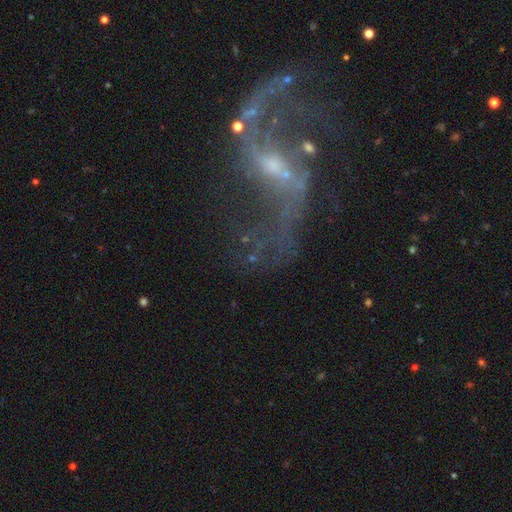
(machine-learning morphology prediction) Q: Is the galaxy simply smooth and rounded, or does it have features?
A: featured or disk — 85%.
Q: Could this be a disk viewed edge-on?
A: no — 96%.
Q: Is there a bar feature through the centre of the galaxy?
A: weak — 46%.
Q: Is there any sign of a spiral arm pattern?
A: yes — 91%.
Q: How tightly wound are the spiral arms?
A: loose — 87%.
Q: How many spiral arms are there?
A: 2 — 90%.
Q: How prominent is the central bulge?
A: small — 63%.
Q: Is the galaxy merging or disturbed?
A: none — 53%.